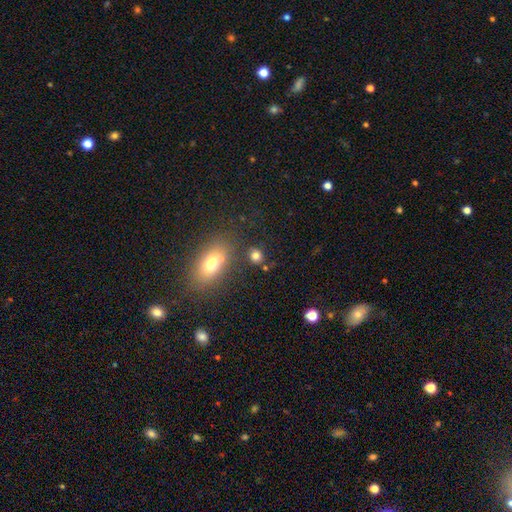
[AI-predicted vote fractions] This is likely a smooth galaxy (79%). How rounded: likely round (68%). Merging: likely none (74%).